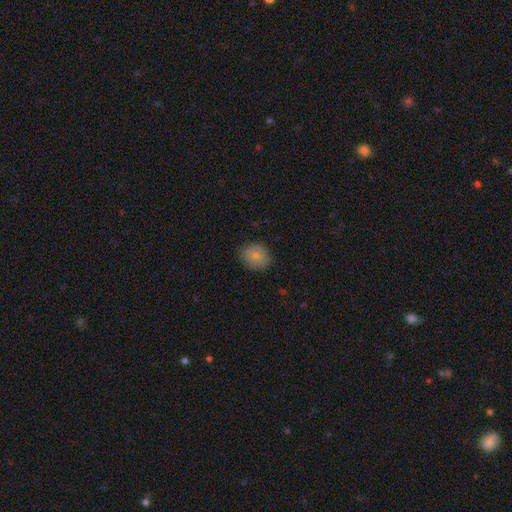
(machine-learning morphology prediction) This appears to be a smooth galaxy with no disk features (78%) that is round (60%). Merging: none (80%).